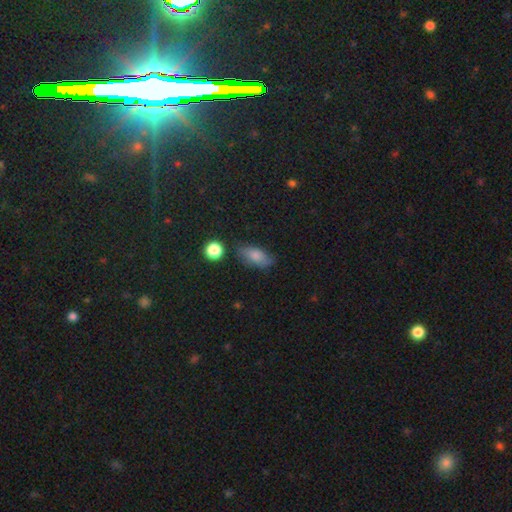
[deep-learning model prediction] Q: Smooth or featured?
A: smooth (78%); runner-up: featured or disk (13%)
Q: How rounded?
A: in between (87%); runner-up: cigar-shaped (8%)
Q: Merging?
A: none (67%); runner-up: minor disturbance (23%)